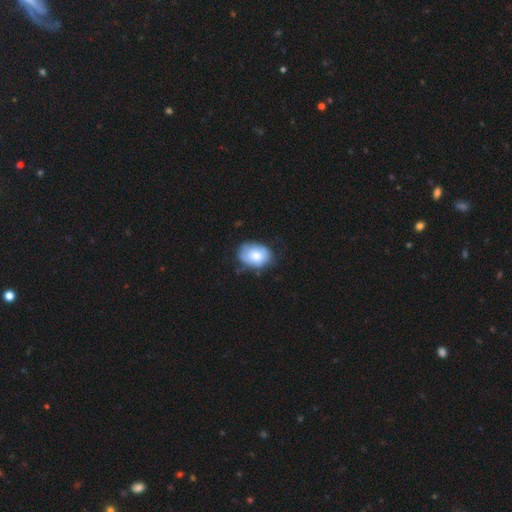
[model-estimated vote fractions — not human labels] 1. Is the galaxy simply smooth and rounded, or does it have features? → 71% smooth, 23% featured or disk, 7% star or artifact.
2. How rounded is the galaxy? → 70% in between, 29% round, 1% cigar-shaped.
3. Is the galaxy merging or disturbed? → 63% none, 28% minor disturbance, 7% major disturbance, 2% merger.